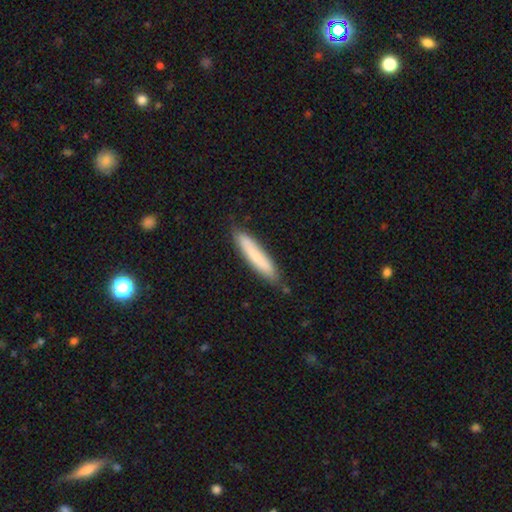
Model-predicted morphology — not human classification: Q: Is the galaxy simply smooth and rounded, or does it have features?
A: smooth — 77%.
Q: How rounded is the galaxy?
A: cigar-shaped — 91%.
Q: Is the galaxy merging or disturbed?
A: none — 82%.